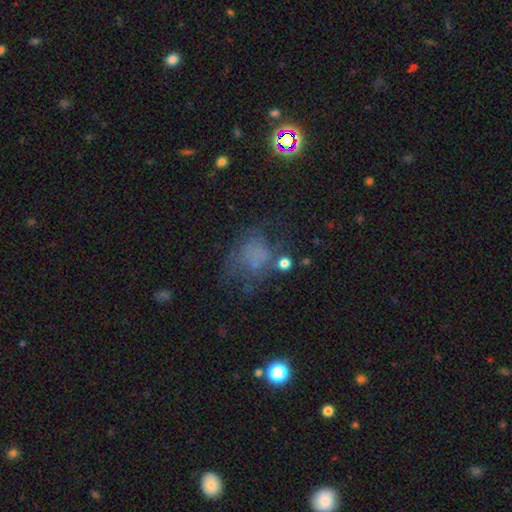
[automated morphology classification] The model was most divided on "merging": none: 42%, major disturbance: 30%, minor disturbance: 23%, merger: 6%. More confident: how rounded — round (58%); smooth or featured — smooth (52%).